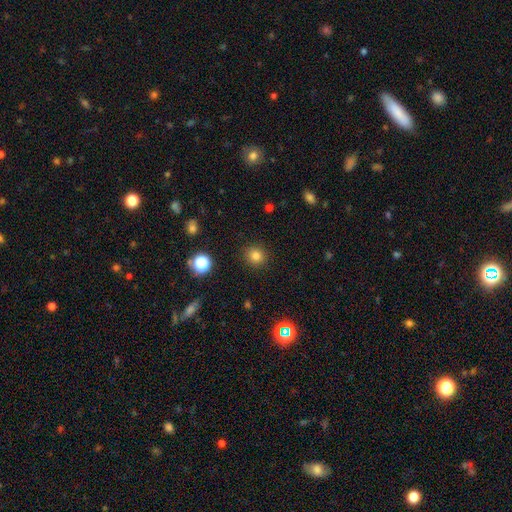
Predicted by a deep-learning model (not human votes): The model was most divided on "smooth or featured": smooth: 80%, star or artifact: 14%, featured or disk: 5%. More confident: merging — none (90%); how rounded — round (90%).